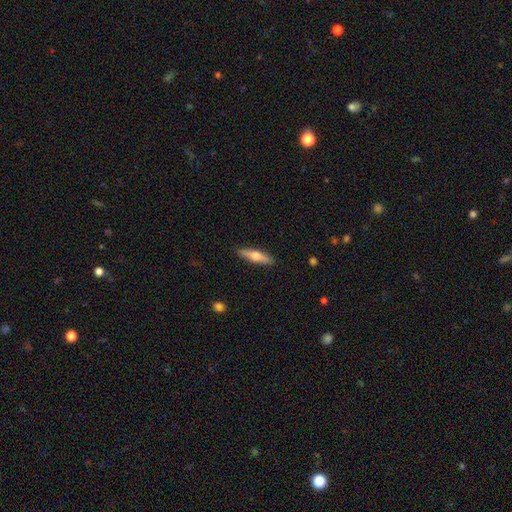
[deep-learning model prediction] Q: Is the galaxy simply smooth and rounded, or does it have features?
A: smooth — 56%.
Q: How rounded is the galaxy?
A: cigar-shaped — 72%.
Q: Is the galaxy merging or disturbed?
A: none — 89%.